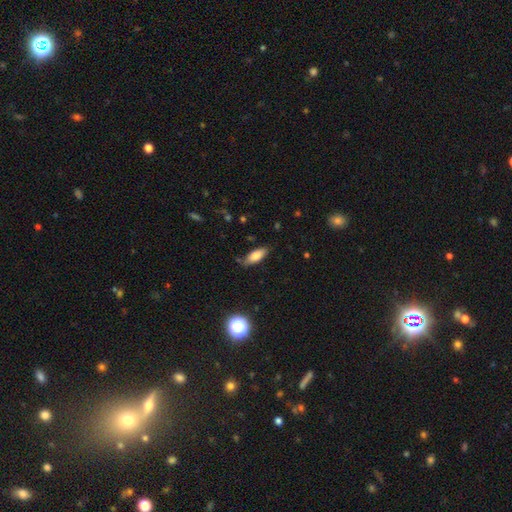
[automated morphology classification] Q: Smooth or featured?
A: smooth (78%); runner-up: featured or disk (14%)
Q: How rounded?
A: in between (74%); runner-up: cigar-shaped (23%)
Q: Merging?
A: none (79%); runner-up: minor disturbance (16%)